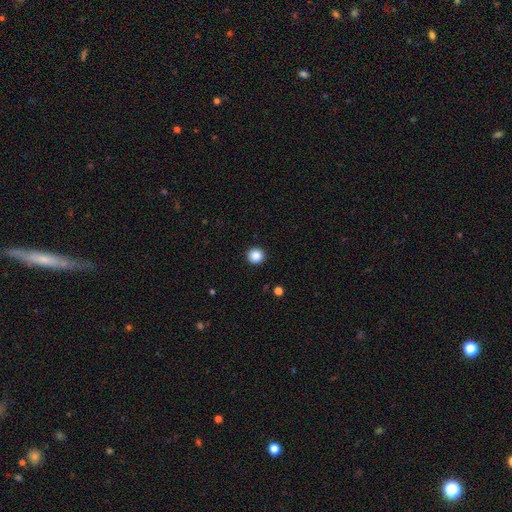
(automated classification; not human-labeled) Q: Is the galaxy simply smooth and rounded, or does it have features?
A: smooth — 87%.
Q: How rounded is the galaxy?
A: round — 95%.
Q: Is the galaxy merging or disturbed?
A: none — 93%.